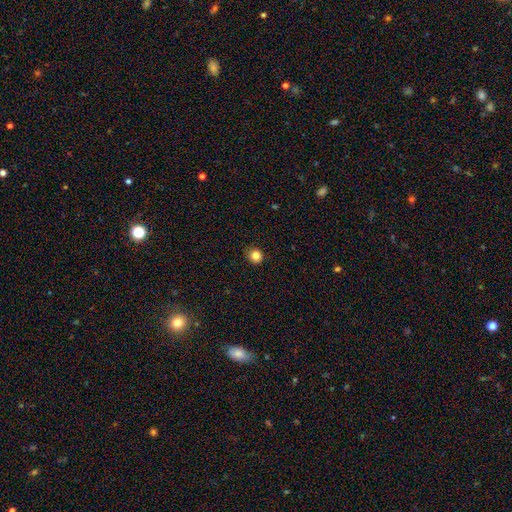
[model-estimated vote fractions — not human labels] smooth_or_featured: smooth (p=0.83) [alt: star or artifact p=0.12]
how_rounded: round (p=0.87) [alt: in between p=0.12]
merging: none (p=0.89) [alt: minor disturbance p=0.08]